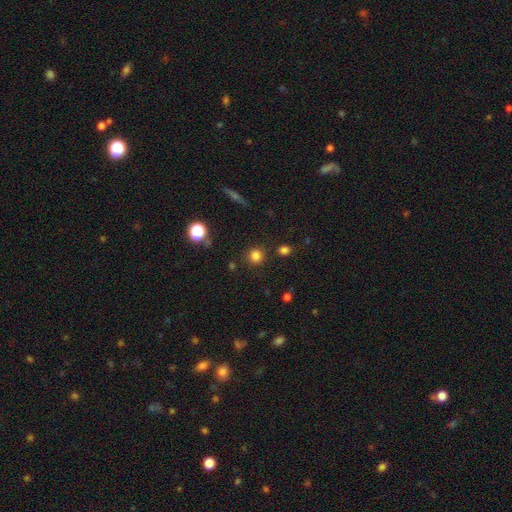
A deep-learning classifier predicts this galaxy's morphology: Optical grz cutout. It shows a smooth galaxy with no disk features (81%) that is round (91%). Merging: none (87%).